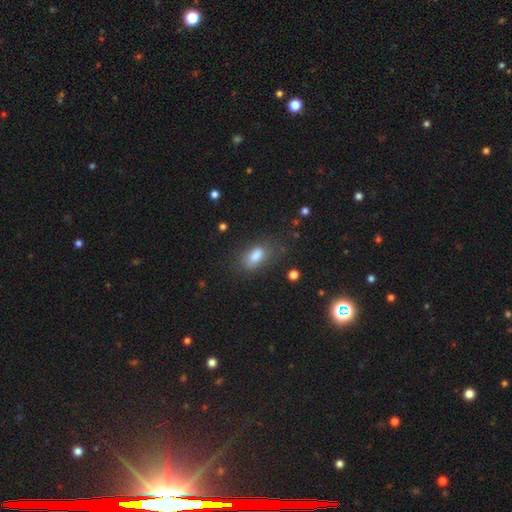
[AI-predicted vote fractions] Smooth or featured? Predicted: smooth (p=0.81). How rounded? Predicted: in between (p=0.86). Merging? Predicted: none (p=0.67).